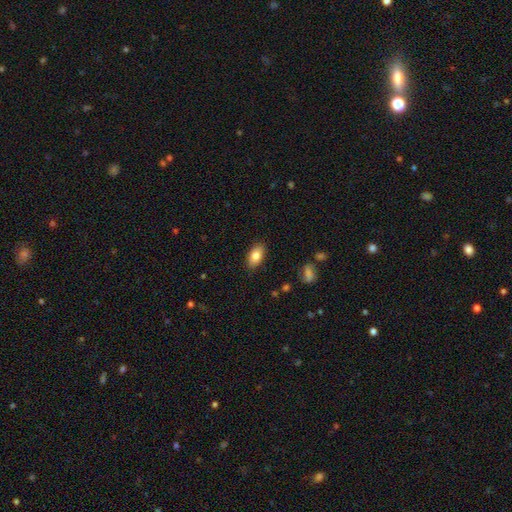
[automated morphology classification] A smooth galaxy with no disk features (82%) that is in between round and cigar-shaped (91%). Merging: none (86%).